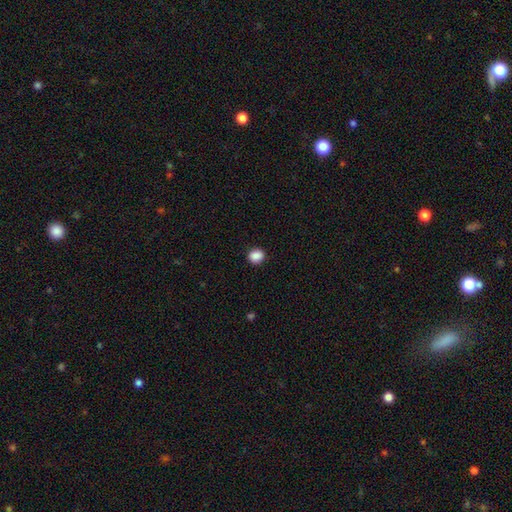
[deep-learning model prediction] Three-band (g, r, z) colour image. It shows a smooth galaxy with no disk features (88%) that is round (78%). Merging: none (91%).